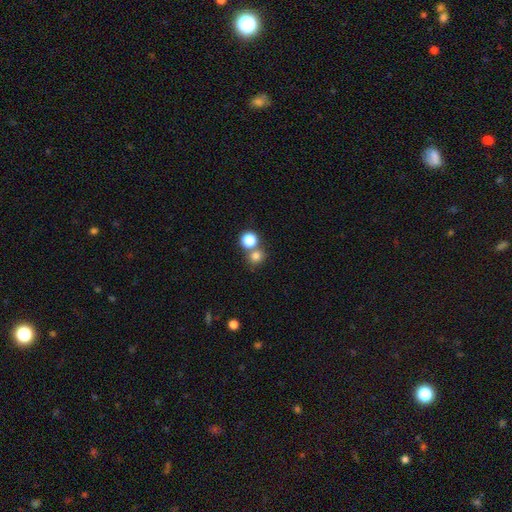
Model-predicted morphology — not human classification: smooth_or_featured: smooth (p=0.77) [alt: star or artifact p=0.16]
how_rounded: round (p=0.86) [alt: in between p=0.13]
merging: none (p=0.62) [alt: merger p=0.28]